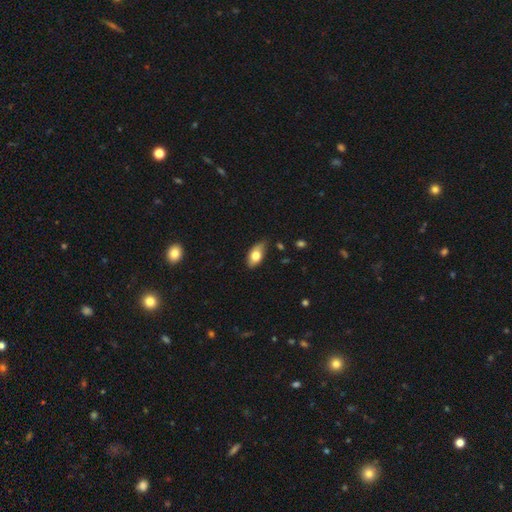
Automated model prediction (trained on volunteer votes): smooth 74%, featured or disk 19%, star or artifact 7%. Down the decision tree: how rounded — in between (89%); merging — none (69%).